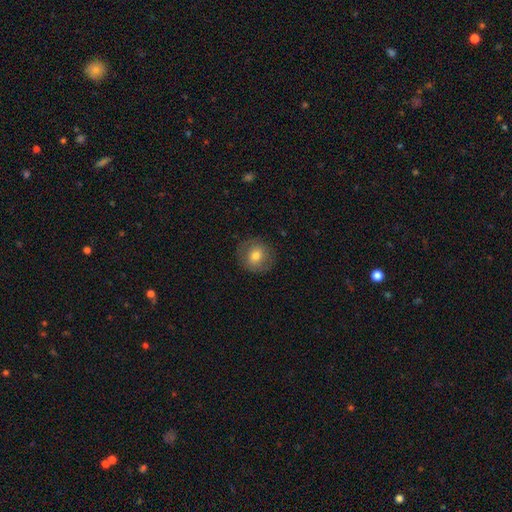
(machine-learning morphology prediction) type=smooth (69%); roundness=round (88%); merging=none (83%).